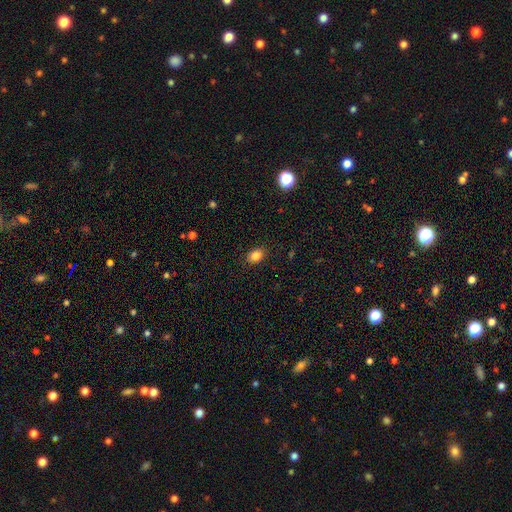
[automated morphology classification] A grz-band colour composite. It shows a smooth galaxy with no disk features (85%) that is in between round and cigar-shaped (68%). Merging: none (88%).